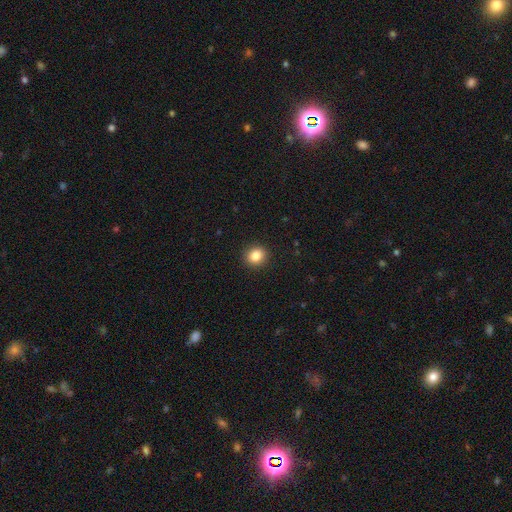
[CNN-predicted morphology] type=smooth (85%); roundness=round (83%); merging=none (92%).